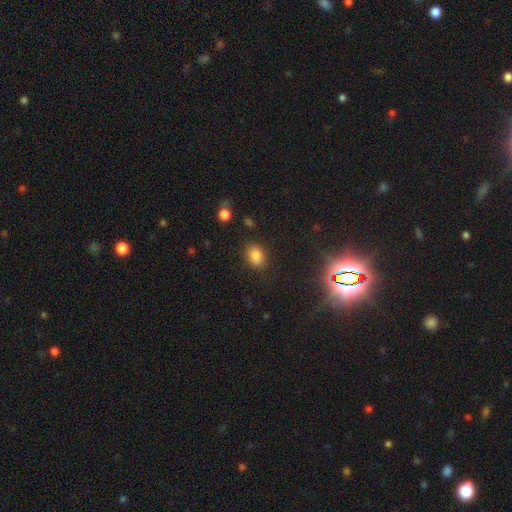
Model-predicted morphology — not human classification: smooth_or_featured: smooth (p=0.83) [alt: star or artifact p=0.12]
how_rounded: in between (p=0.77) [alt: round p=0.22]
merging: none (p=0.82) [alt: minor disturbance p=0.12]